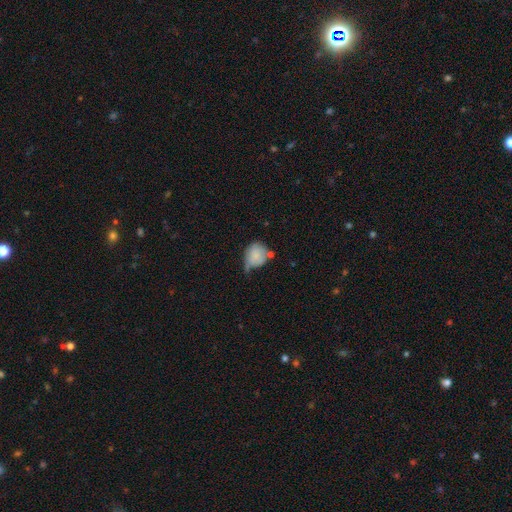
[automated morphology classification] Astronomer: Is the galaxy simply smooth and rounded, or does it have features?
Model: smooth — 77%.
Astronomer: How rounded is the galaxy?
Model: round — 67%.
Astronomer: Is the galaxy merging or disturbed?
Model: minor disturbance — 38% (runner-up: none, 30%).